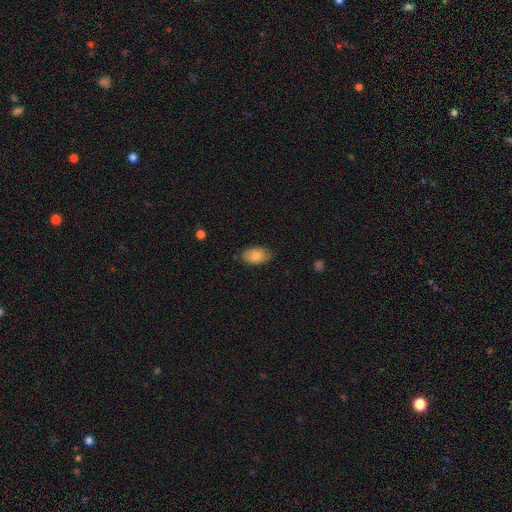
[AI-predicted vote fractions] smooth_or_featured: smooth (p=0.82) [alt: featured or disk p=0.12]
how_rounded: in between (p=0.93) [alt: round p=0.05]
merging: none (p=0.77) [alt: minor disturbance p=0.18]